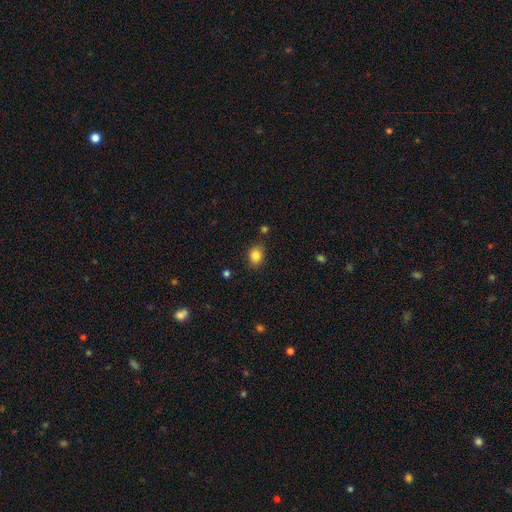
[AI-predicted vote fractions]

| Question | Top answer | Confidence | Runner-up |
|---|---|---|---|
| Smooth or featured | smooth | 84% | star or artifact (10%) |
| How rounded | in between | 53% | round (46%) |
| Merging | none | 82% | minor disturbance (12%) |